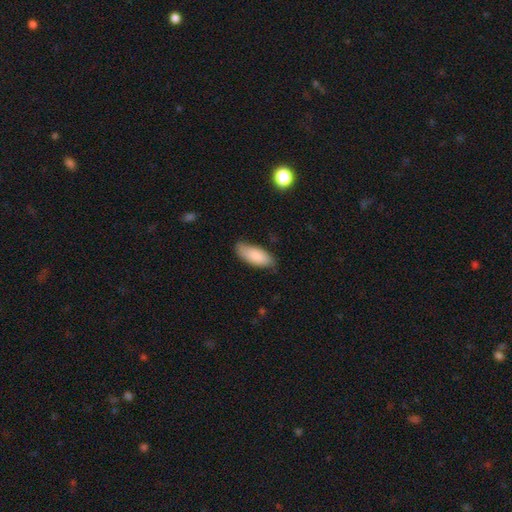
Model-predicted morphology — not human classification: type=smooth (86%); roundness=in between (83%); merging=none (72%).